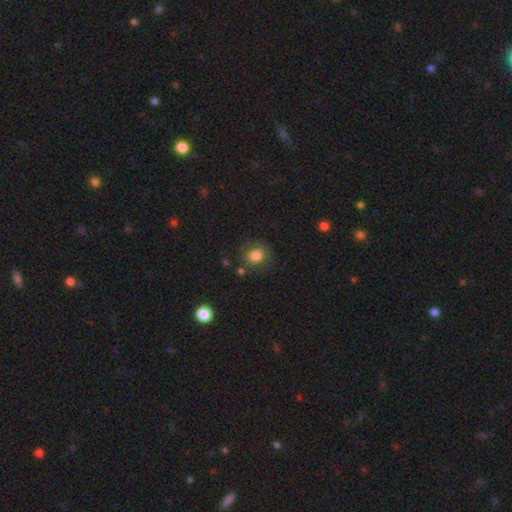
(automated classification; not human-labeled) This appears to be a smooth galaxy with no disk features (77%) that is round (77%). Merging: none (74%).